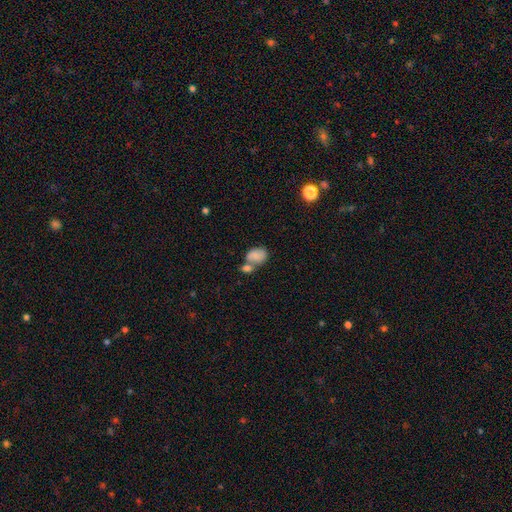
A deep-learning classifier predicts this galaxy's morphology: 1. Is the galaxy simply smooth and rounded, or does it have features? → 80% smooth, 12% featured or disk, 8% star or artifact.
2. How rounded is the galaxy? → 79% in between, 19% round, 1% cigar-shaped.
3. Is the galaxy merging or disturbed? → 53% merger, 28% none, 13% minor disturbance, 6% major disturbance.